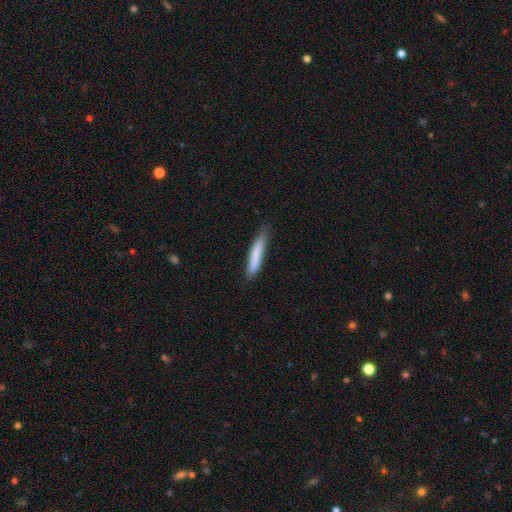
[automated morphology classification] Smooth or featured? smooth (80%)
How rounded? cigar-shaped (92%)
Merging? none (77%)